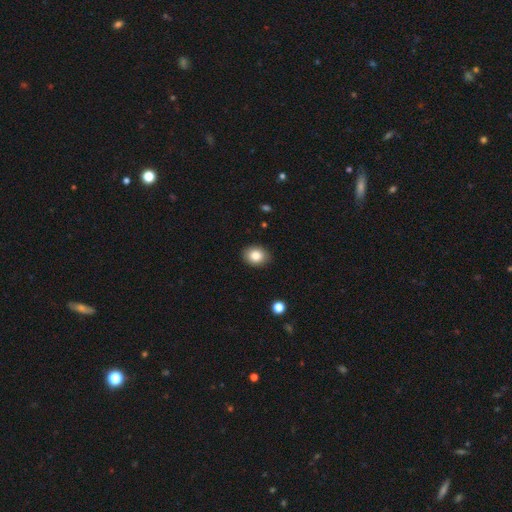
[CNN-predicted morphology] Smooth or featured? Predicted: smooth (p=0.83). How rounded? Predicted: in between (p=0.53). Merging? Predicted: none (p=0.89).